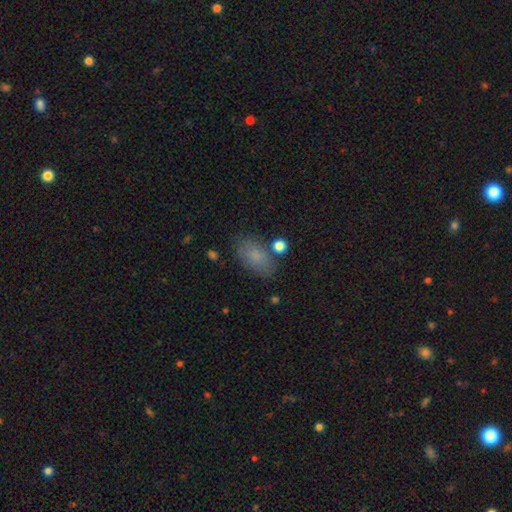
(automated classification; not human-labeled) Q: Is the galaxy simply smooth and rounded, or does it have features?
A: smooth — 81%.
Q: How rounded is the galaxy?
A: in between — 91%.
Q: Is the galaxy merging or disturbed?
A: none — 73%.